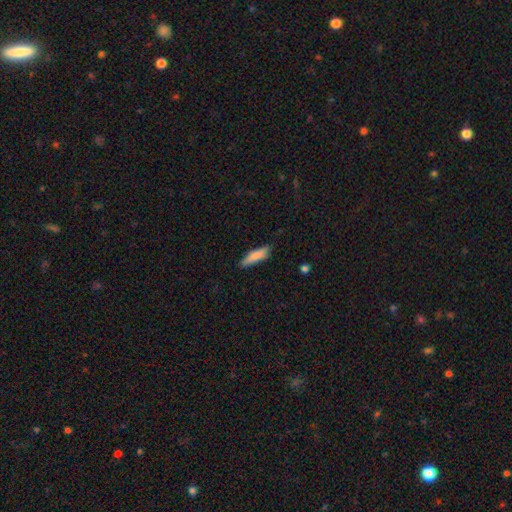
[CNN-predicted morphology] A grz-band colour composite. It shows a smooth galaxy with no disk features (81%) that is cigar-shaped (69%). Merging: none (80%).